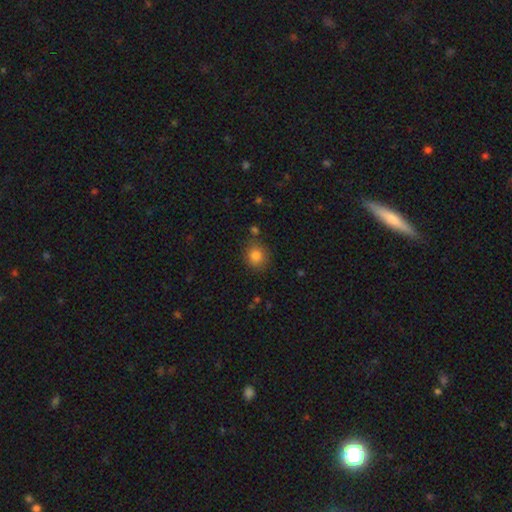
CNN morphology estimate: Smooth or featured?
  - smooth: 84% *
  - star or artifact: 10%
  - featured or disk: 6%
How rounded?
  - round: 76% *
  - in between: 23%
  - cigar-shaped: 1%
Merging?
  - none: 79% *
  - minor disturbance: 13%
  - merger: 5%
  - major disturbance: 3%